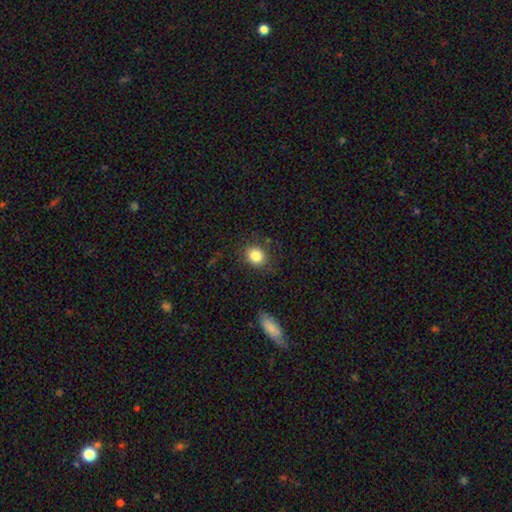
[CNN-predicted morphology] The model was most divided on "how rounded": round: 67%, in between: 32%, cigar-shaped: 1%. More confident: smooth or featured — smooth (84%); merging — none (83%).